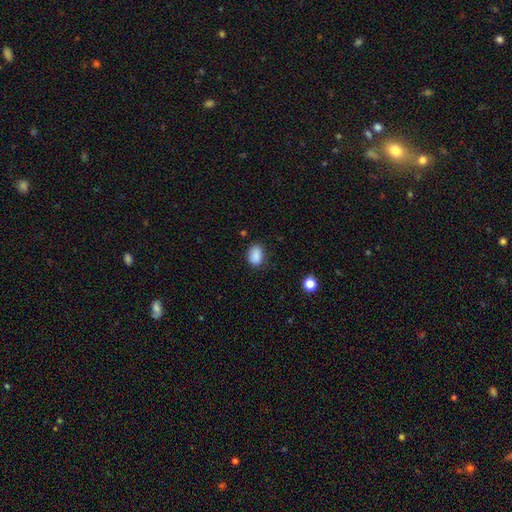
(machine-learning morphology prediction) type=smooth (87%); roundness=in between (76%); merging=none (77%).